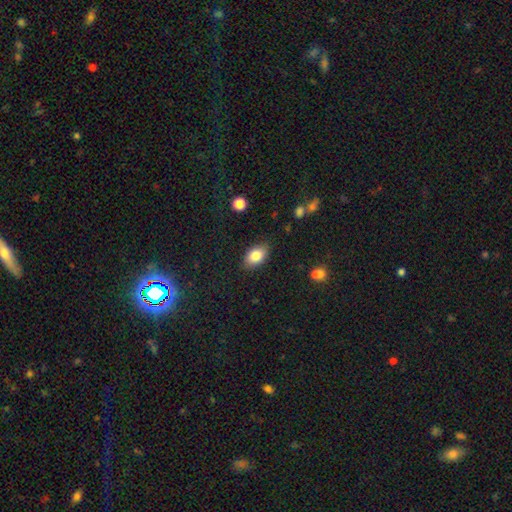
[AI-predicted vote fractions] Smooth or featured? smooth (83%)
How rounded? in between (89%)
Merging? none (84%)